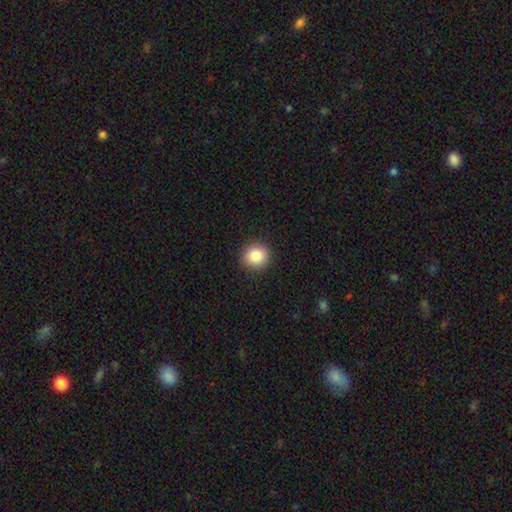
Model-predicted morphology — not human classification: smooth 86%, star or artifact 9%, featured or disk 5%. Down the decision tree: how rounded — round (85%); merging — none (91%).